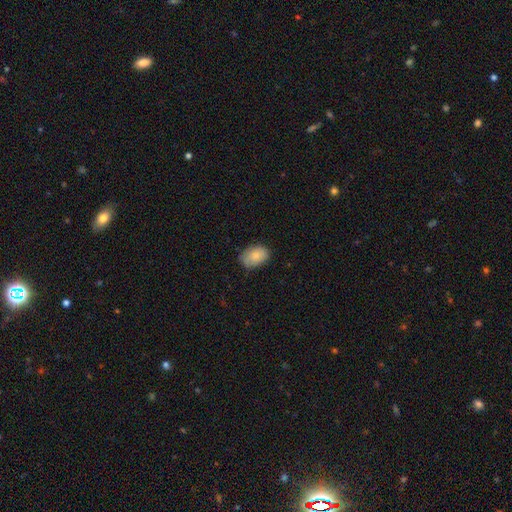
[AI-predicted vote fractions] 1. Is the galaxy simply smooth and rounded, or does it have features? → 83% smooth, 10% featured or disk, 7% star or artifact.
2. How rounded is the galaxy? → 86% in between, 12% round, 1% cigar-shaped.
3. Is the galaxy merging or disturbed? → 70% none, 25% minor disturbance, 4% major disturbance, 1% merger.